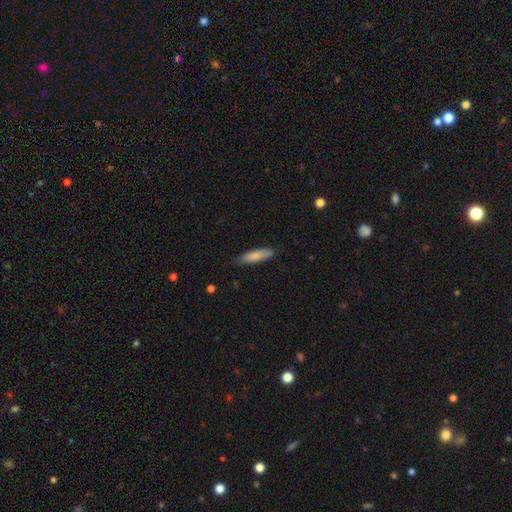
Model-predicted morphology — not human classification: type=smooth (82%); roundness=cigar-shaped (67%); merging=none (82%).